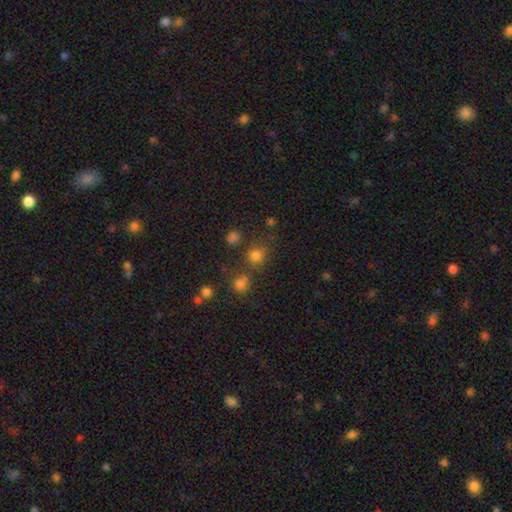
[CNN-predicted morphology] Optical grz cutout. It shows a smooth galaxy with no disk features (74%) that is round (86%). Merging: none (73%).